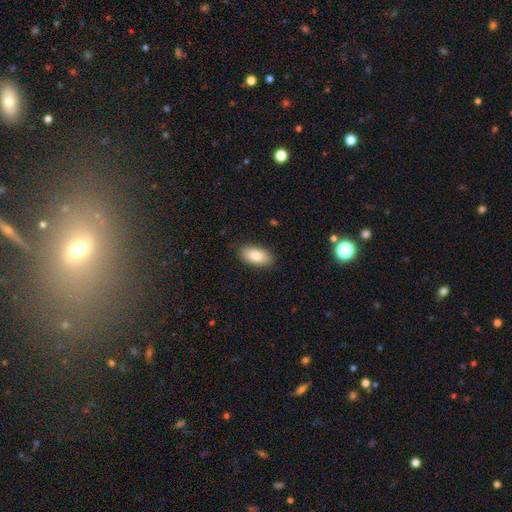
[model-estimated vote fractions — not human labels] Smooth or featured?
  - smooth: 82% *
  - featured or disk: 11%
  - star or artifact: 7%
How rounded?
  - in between: 93% *
  - cigar-shaped: 4%
  - round: 3%
Merging?
  - none: 87% *
  - minor disturbance: 10%
  - major disturbance: 2%
  - merger: 1%